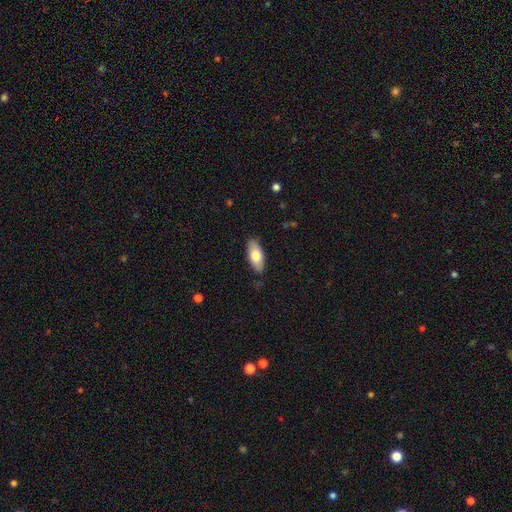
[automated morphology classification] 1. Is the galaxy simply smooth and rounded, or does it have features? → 74% smooth, 20% featured or disk, 6% star or artifact.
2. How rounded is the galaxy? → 86% in between, 11% cigar-shaped, 2% round.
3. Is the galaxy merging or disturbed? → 86% none, 11% minor disturbance, 2% major disturbance, 1% merger.